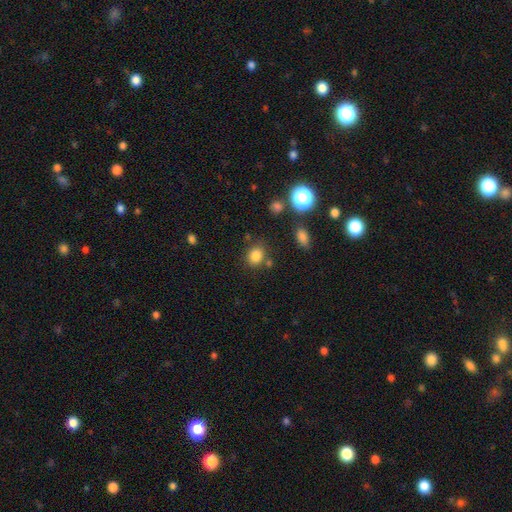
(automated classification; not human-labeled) Morphology: type=smooth (82%); roundness=round (62%); merging=none (75%).